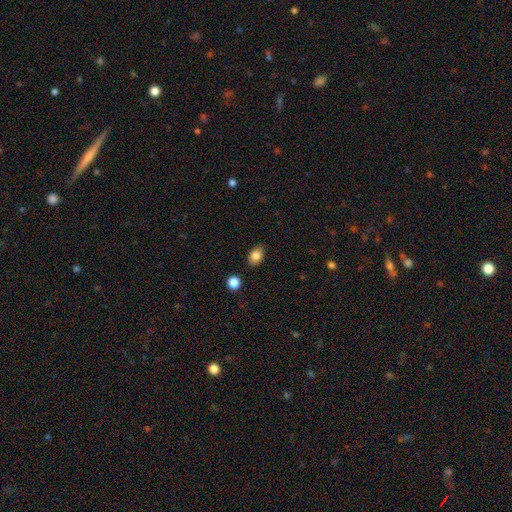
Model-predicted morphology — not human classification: Smooth or featured?
  - smooth: 83% *
  - featured or disk: 9%
  - star or artifact: 9%
How rounded?
  - in between: 83% *
  - round: 15%
  - cigar-shaped: 2%
Merging?
  - none: 85% *
  - minor disturbance: 10%
  - major disturbance: 2%
  - merger: 2%